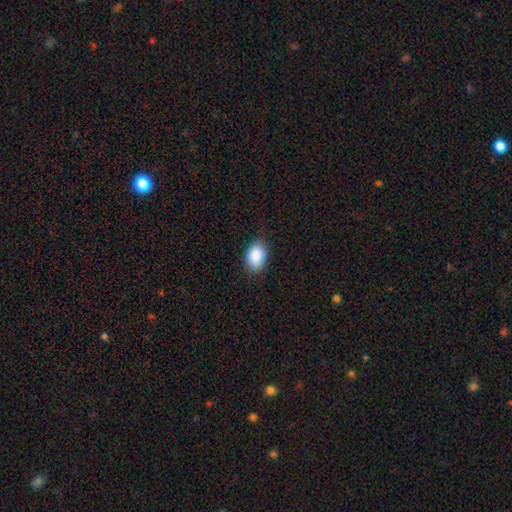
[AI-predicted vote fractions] Overall: smooth (88%). How rounded: in between (87%). Merging: none (81%).